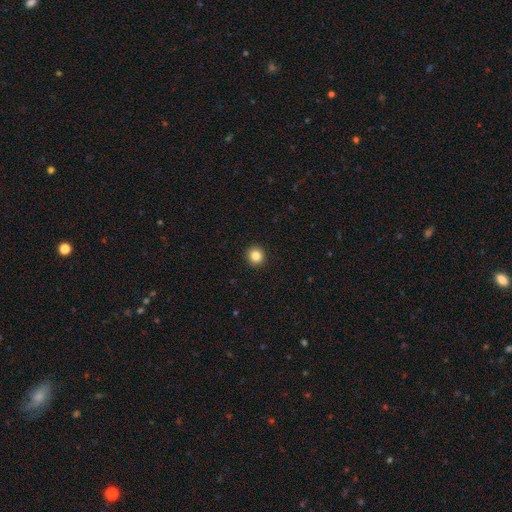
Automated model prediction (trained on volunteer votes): This is clearly a smooth galaxy (85%). How rounded: clearly round (94%). Merging: clearly none (94%).